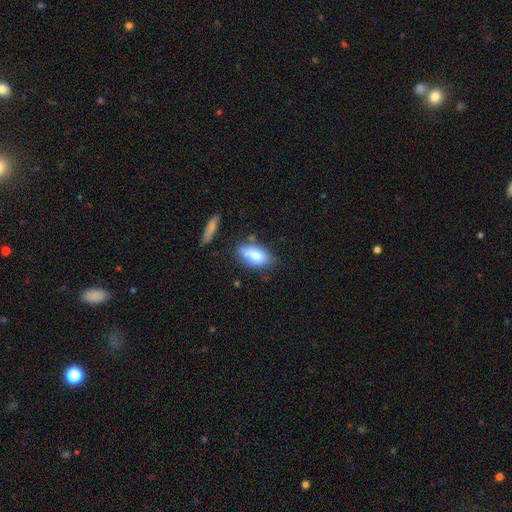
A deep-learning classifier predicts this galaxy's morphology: The model was most divided on "merging": none: 57%, minor disturbance: 25%, merger: 10%, major disturbance: 8%. More confident: how rounded — in between (89%); smooth or featured — smooth (79%).